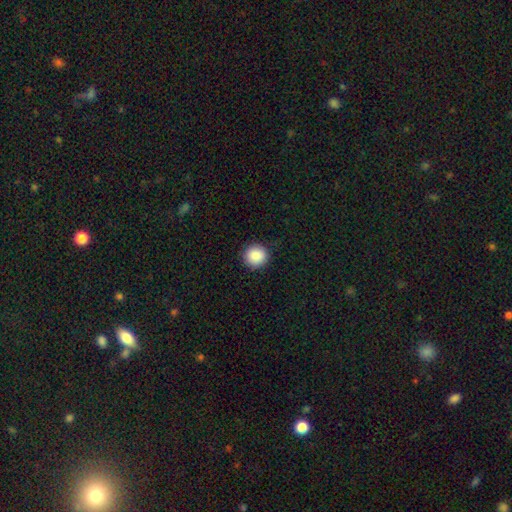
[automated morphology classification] Overall: smooth (88%). How rounded: round (93%). Merging: none (91%).